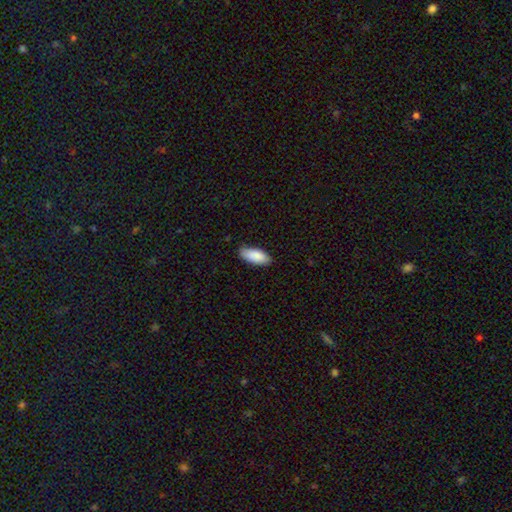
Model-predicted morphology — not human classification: This appears to be a smooth galaxy with no disk features (89%) that is in between round and cigar-shaped (85%). Merging: none (83%).